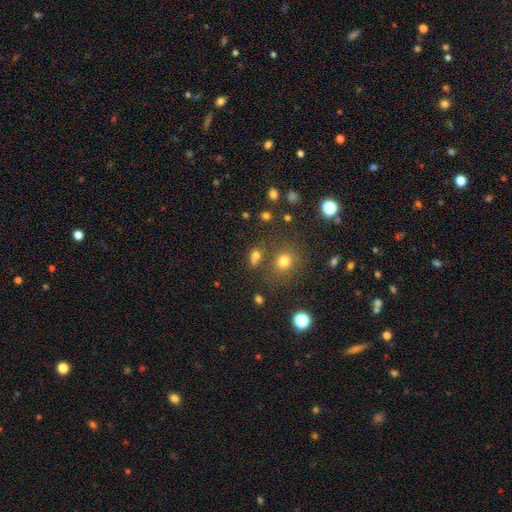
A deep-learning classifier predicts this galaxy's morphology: Smooth or featured? smooth (69%)
How rounded? round (49%)
Merging? none (57%)